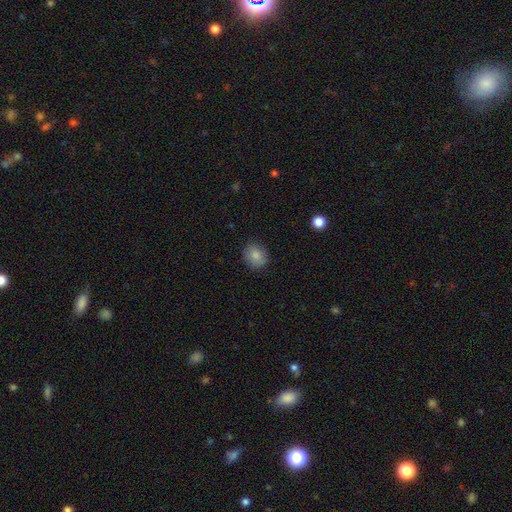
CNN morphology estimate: smooth 86%, star or artifact 9%, featured or disk 5%. Down the decision tree: how rounded — round (59%); merging — none (86%).